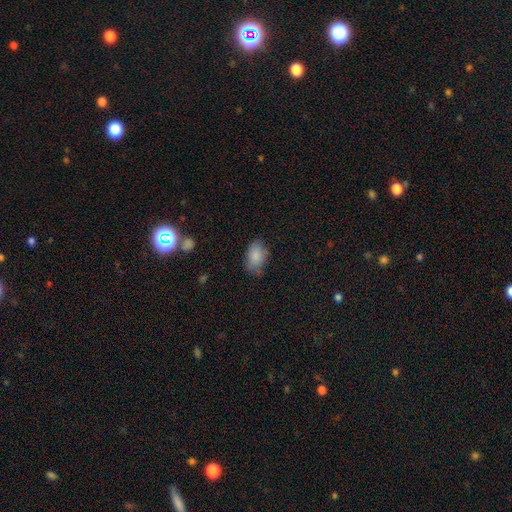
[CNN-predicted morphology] A smooth galaxy with no disk features (85%) that is in between round and cigar-shaped (87%).

Vote fractions:
- Smooth or featured? smooth: 85% / featured or disk: 8% / star or artifact: 8%
- How rounded? in between: 87% / round: 12% / cigar-shaped: 1%
- Merging? none: 63% / minor disturbance: 28% / major disturbance: 6% / merger: 2%